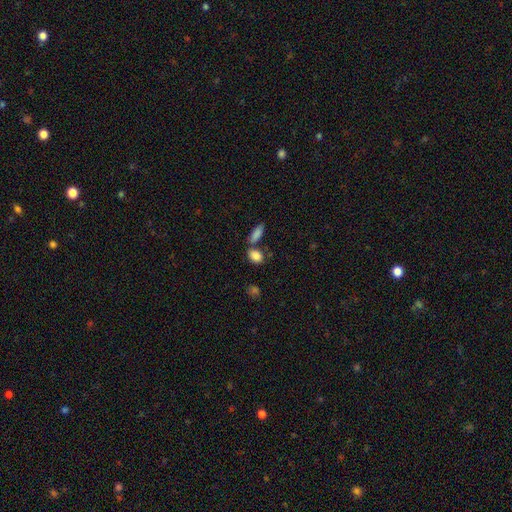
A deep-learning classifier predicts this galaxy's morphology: smooth 87%, star or artifact 8%, featured or disk 6%. Down the decision tree: how rounded — in between (79%); merging — none (60%).